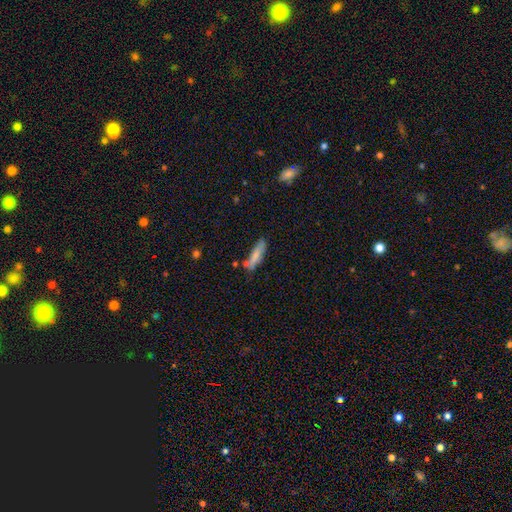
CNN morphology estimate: This is likely a smooth galaxy (79%). How rounded: likely cigar-shaped (64%). Merging: likely none (66%).